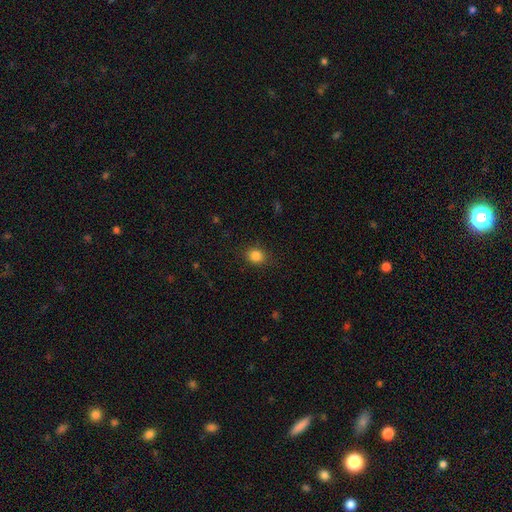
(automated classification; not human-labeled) smooth 85%, star or artifact 11%, featured or disk 4%. Down the decision tree: how rounded — round (66%); merging — none (86%).